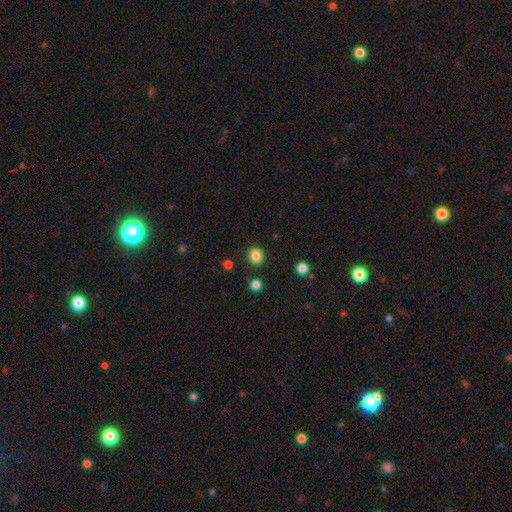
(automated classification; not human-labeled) smooth_or_featured: smooth (p=0.85) [alt: star or artifact p=0.11]
how_rounded: round (p=0.59) [alt: in between p=0.40]
merging: none (p=0.87) [alt: minor disturbance p=0.08]